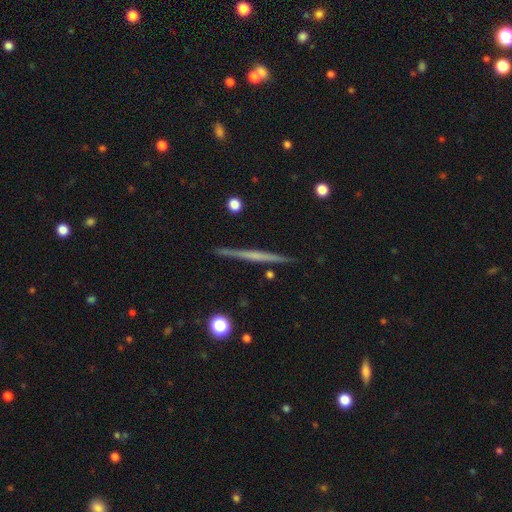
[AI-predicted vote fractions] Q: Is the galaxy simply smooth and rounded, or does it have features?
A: featured or disk — 66%.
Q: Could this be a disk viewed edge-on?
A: yes — 98%.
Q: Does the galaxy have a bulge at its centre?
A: none — 74%.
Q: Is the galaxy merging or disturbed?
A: none — 92%.